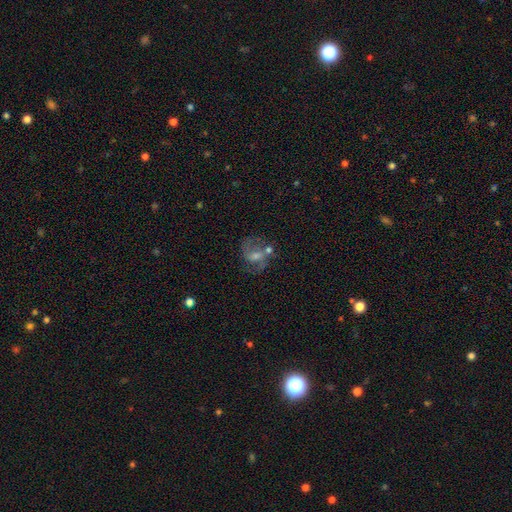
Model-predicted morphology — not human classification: smooth-or-featured: featured or disk: 66% | smooth: 20% | star or artifact: 14%
  disk-edge-on: no: 97% | yes: 3%
    bar: weak: 48% | no: 39% | strong: 13%
    has-spiral-arms: yes: 83% | no: 17%
      spiral-winding: medium: 48% | loose: 38% | tight: 15%
      spiral-arm-count: 2: 74% | can't tell: 12% | 1: 8% | 3: 4% | 4: 2% | more than 4: 2%
    bulge-size: moderate: 45% | small: 39% | none: 9% | large: 5% | dominant: 2%
  merging: none: 54% | minor disturbance: 17% | major disturbance: 15% | merger: 14%